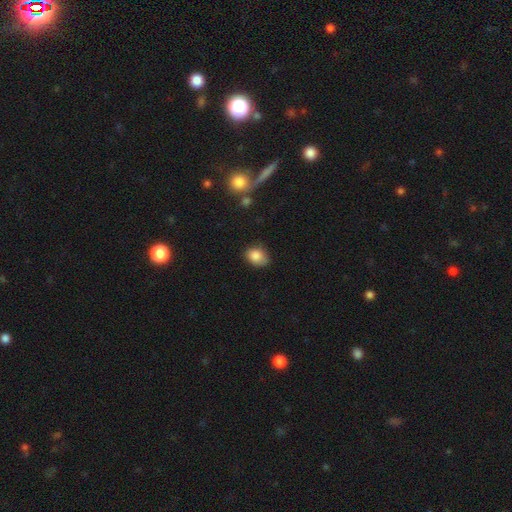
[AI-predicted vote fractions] smooth-or-featured: smooth: 84% | star or artifact: 9% | featured or disk: 7%
  how-rounded: in between: 55% | round: 44% | cigar-shaped: 1%
  merging: none: 67% | minor disturbance: 26% | major disturbance: 5% | merger: 2%